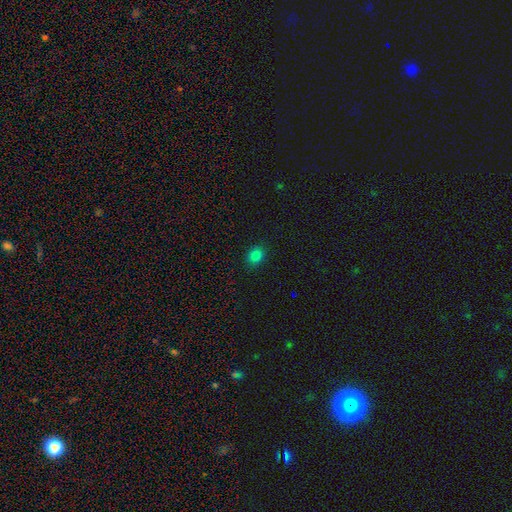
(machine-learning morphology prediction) Smooth or featured? Predicted: smooth (p=0.81). How rounded? Predicted: in between (p=0.55). Merging? Predicted: none (p=0.88).